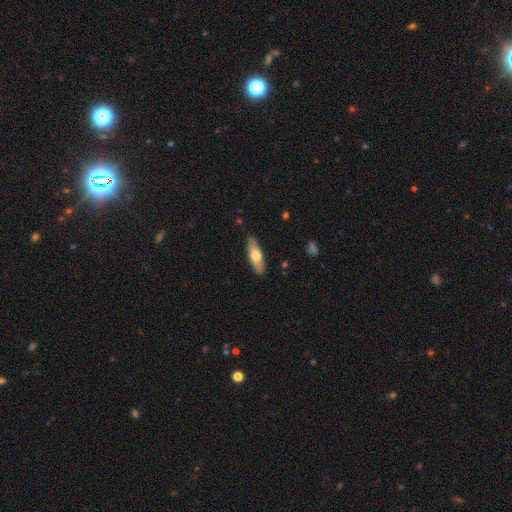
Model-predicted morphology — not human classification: smooth_or_featured: smooth (p=0.64) [alt: featured or disk p=0.31]
how_rounded: cigar-shaped (p=0.50) [alt: in between p=0.48]
merging: none (p=0.88) [alt: minor disturbance p=0.10]